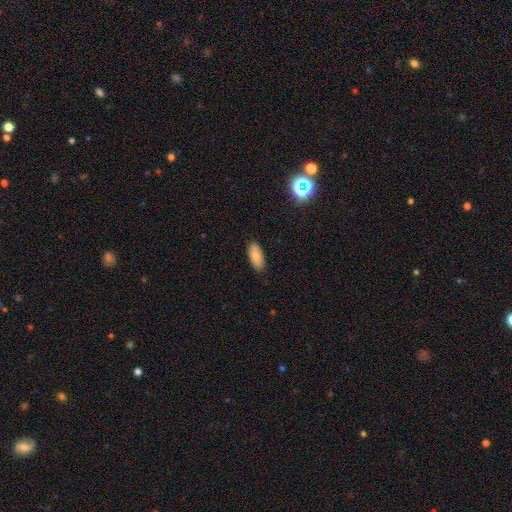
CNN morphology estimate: Smooth or featured? Predicted: smooth (p=0.84). How rounded? Predicted: in between (p=0.87). Merging? Predicted: none (p=0.88).